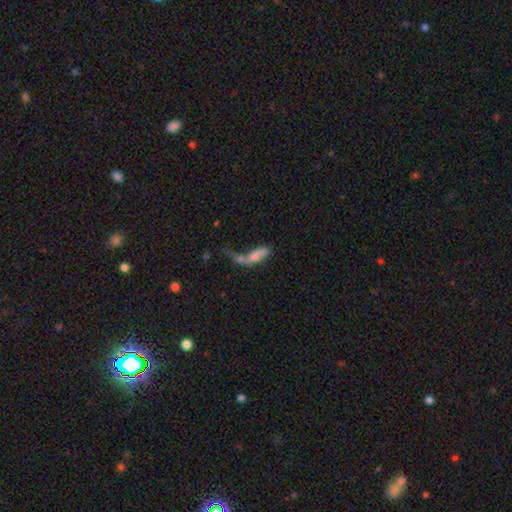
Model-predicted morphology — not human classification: A smooth galaxy with no disk features (61%) that is in between round and cigar-shaped (57%).

Vote fractions:
- Smooth or featured? smooth: 61% / featured or disk: 28% / star or artifact: 10%
- How rounded? in between: 57% / cigar-shaped: 39% / round: 4%
- Merging? merger: 47% / major disturbance: 22% / none: 18% / minor disturbance: 13%